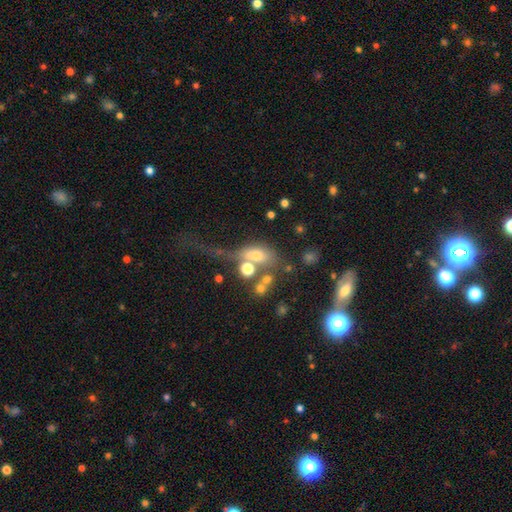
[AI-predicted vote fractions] Smooth or featured: smooth — 55% (featured or disk — 26%)
How rounded: in between — 73% (round — 19%)
Merging: major disturbance — 33% (merger — 32%)